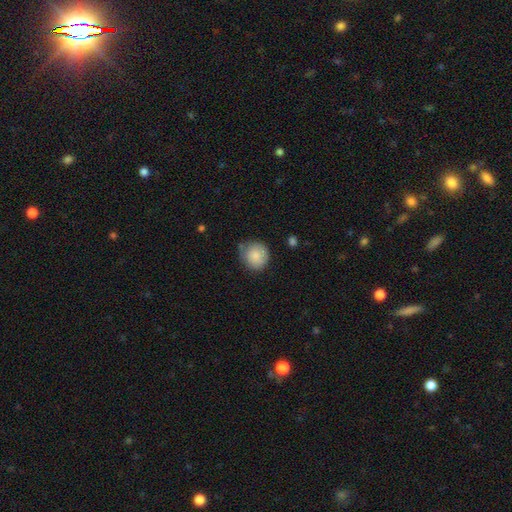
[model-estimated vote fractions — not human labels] Overall: smooth (83%). How rounded: round (86%). Merging: none (62%; minor disturbance 28%).